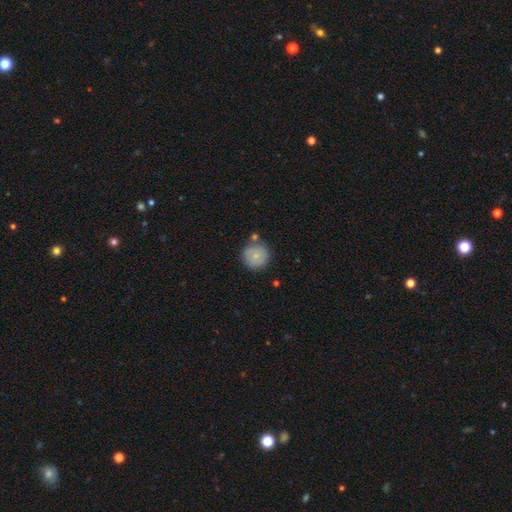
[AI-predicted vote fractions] smooth_or_featured: smooth (p=0.77) [alt: featured or disk p=0.16]
how_rounded: round (p=0.94) [alt: in between p=0.05]
merging: none (p=0.75) [alt: minor disturbance p=0.14]